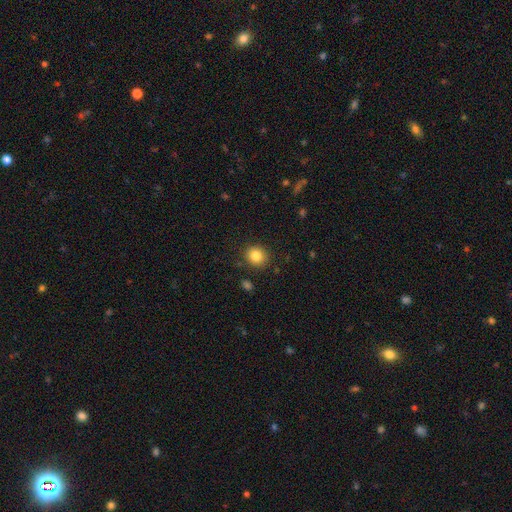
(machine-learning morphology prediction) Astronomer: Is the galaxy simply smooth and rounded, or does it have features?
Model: smooth — 84%.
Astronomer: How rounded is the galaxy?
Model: round — 82%.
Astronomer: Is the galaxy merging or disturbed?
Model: none — 88%.